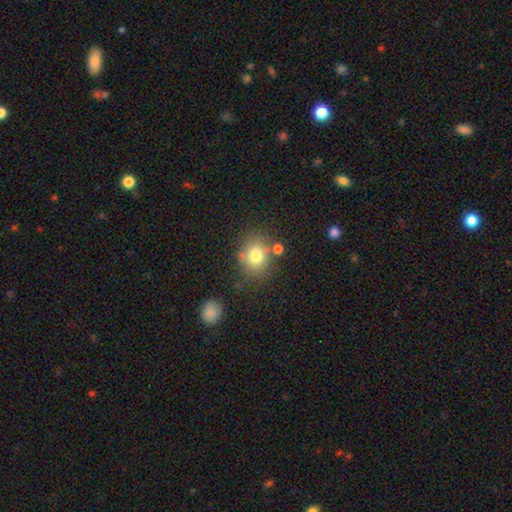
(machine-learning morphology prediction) This appears to be a smooth galaxy with no disk features (76%) that is round (69%). Merging: none (68%).